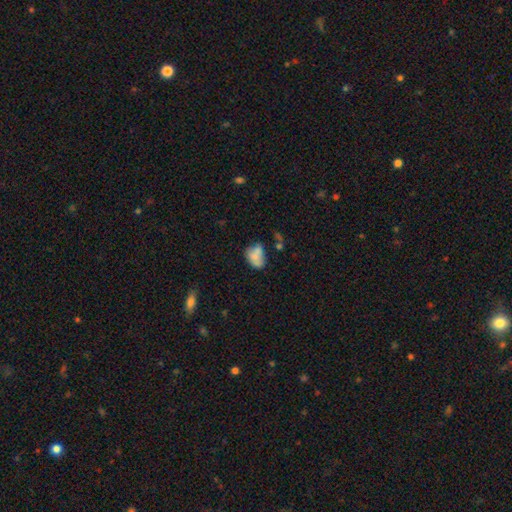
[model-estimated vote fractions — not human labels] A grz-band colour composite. It shows a smooth galaxy with no disk features (65%) that is in between round and cigar-shaped (72%). Merging: none (38%).